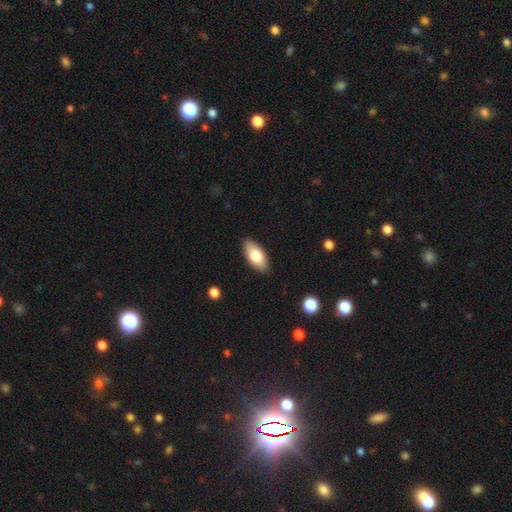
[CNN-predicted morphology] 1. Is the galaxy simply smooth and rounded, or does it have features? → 77% smooth, 17% featured or disk, 6% star or artifact.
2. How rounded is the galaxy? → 91% in between, 6% cigar-shaped, 2% round.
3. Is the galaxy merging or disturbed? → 88% none, 9% minor disturbance, 2% major disturbance, 1% merger.